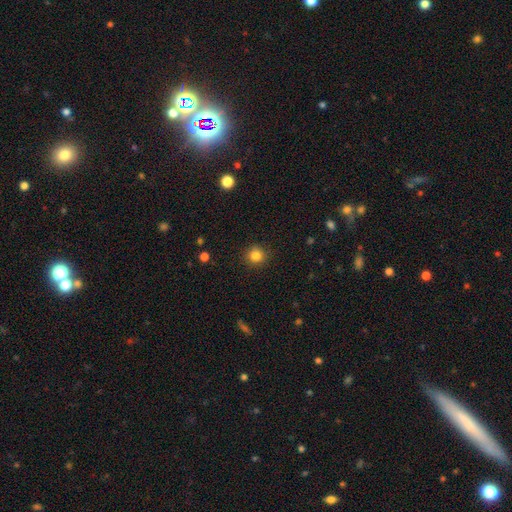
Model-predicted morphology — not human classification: A smooth galaxy with no disk features (84%) that is round (91%).

Vote fractions:
- Smooth or featured? smooth: 84% / star or artifact: 12% / featured or disk: 5%
- How rounded? round: 91% / in between: 8% / cigar-shaped: 1%
- Merging? none: 90% / minor disturbance: 7% / major disturbance: 2% / merger: 1%